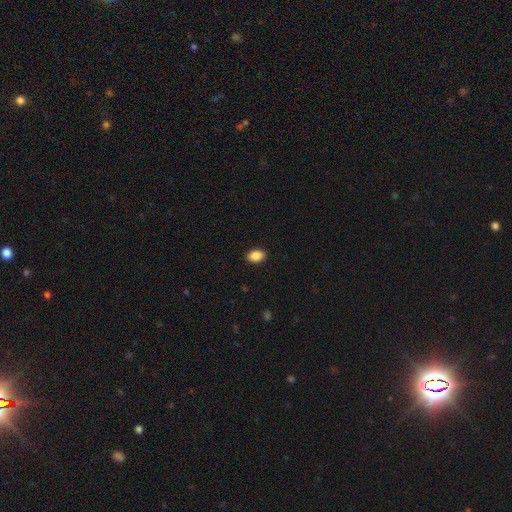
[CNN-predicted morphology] smooth-or-featured: smooth: 89% | star or artifact: 8% | featured or disk: 4%
  how-rounded: in between: 83% | round: 16% | cigar-shaped: 1%
  merging: none: 90% | minor disturbance: 7% | major disturbance: 2% | merger: 1%